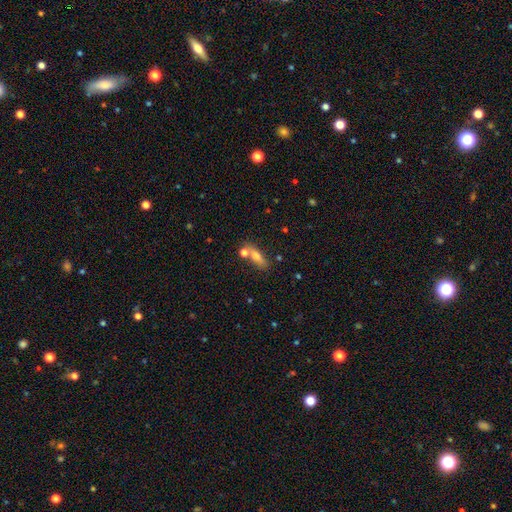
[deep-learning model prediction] A smooth galaxy with no disk features (67%) that is in between round and cigar-shaped (55%).

Vote fractions:
- Smooth or featured? smooth: 67% / featured or disk: 23% / star or artifact: 10%
- How rounded? in between: 55% / cigar-shaped: 39% / round: 6%
- Merging? none: 60% / merger: 22% / minor disturbance: 14% / major disturbance: 5%